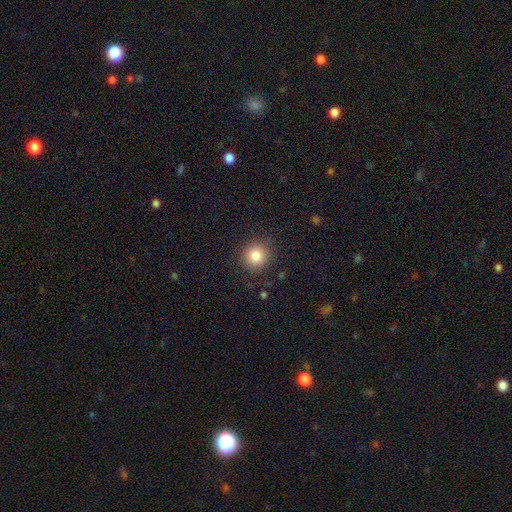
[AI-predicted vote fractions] smooth 83%, star or artifact 11%, featured or disk 6%. Down the decision tree: how rounded — round (92%); merging — none (89%).